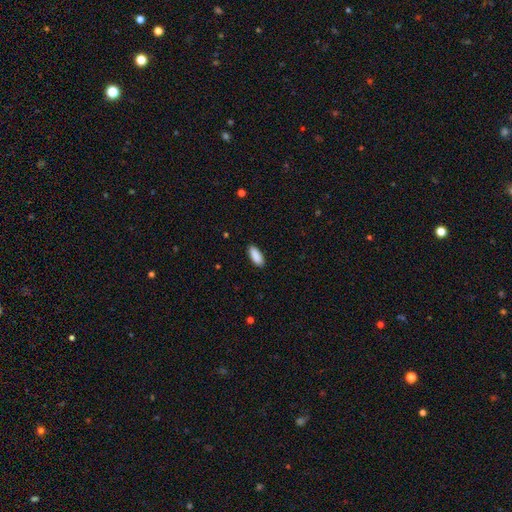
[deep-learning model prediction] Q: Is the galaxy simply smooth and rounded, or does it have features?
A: smooth — 91%.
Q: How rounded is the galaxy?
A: in between — 83%.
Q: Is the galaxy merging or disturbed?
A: none — 90%.